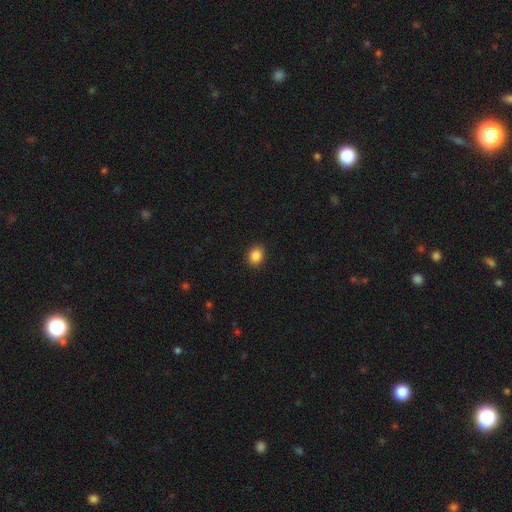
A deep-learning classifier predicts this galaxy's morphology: The model was most divided on "how rounded": round: 53%, in between: 46%, cigar-shaped: 1%. More confident: merging — none (90%); smooth or featured — smooth (87%).